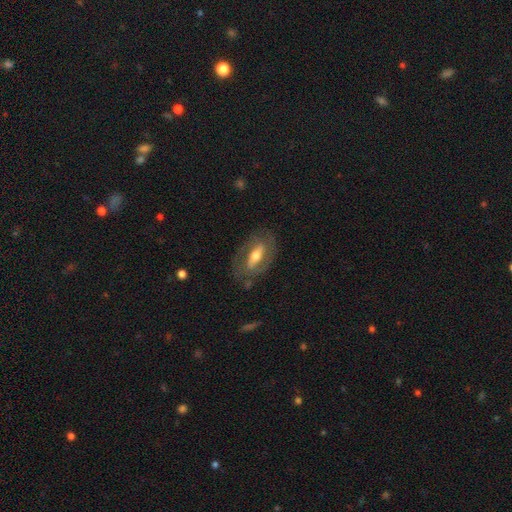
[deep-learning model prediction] Smooth or featured? featured or disk (65%)
Edge-on disk? no (83%)
Bar? strong (51%)
Spiral arms? yes (50%, tied with no)
Bulge size? moderate (65%)
Merging? none (74%)